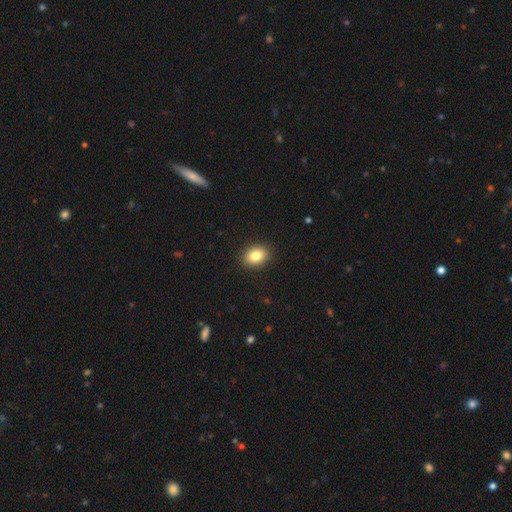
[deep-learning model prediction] This appears to be a smooth galaxy with no disk features (84%) that is in between round and cigar-shaped (69%). Merging: none (91%).